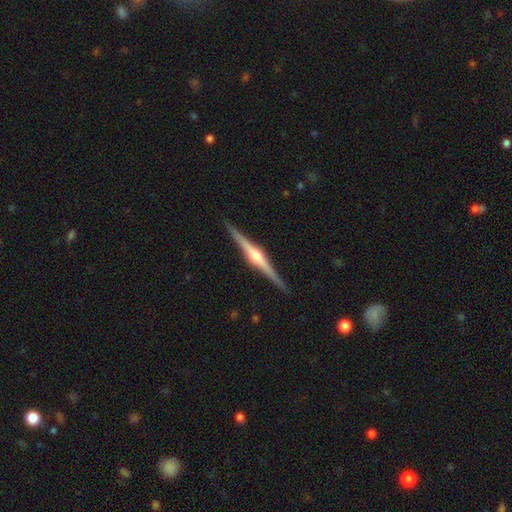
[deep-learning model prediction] The model was most divided on "smooth or featured": featured or disk: 84%, smooth: 11%, star or artifact: 5%. More confident: edge-on disk — yes (99%); merging — none (92%); edge-on bulge — rounded (90%).